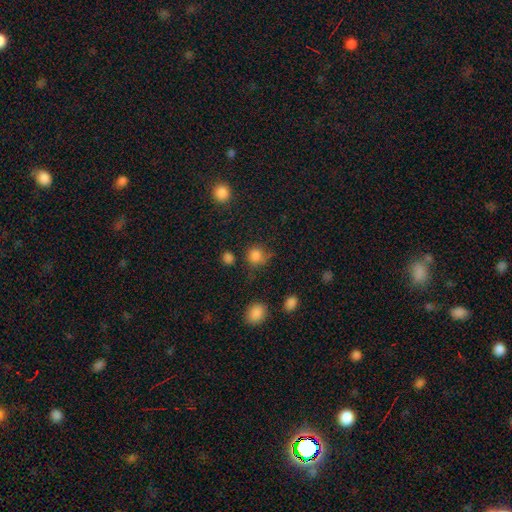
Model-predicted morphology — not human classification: The model was most divided on "merging": none: 66%, minor disturbance: 20%, major disturbance: 9%, merger: 5%. More confident: how rounded — round (86%); smooth or featured — smooth (83%).